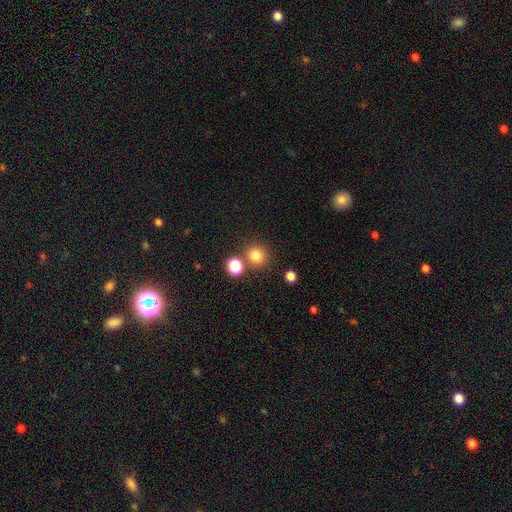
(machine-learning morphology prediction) smooth-or-featured: smooth: 81% | star or artifact: 14% | featured or disk: 5%
  how-rounded: round: 90% | in between: 10% | cigar-shaped: 1%
  merging: none: 77% | merger: 12% | minor disturbance: 8% | major disturbance: 3%